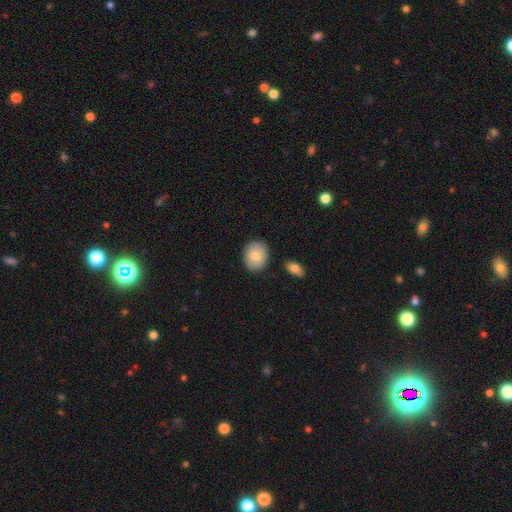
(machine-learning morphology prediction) Overall: smooth (82%). How rounded: in between (57%; round 42%). Merging: none (86%).